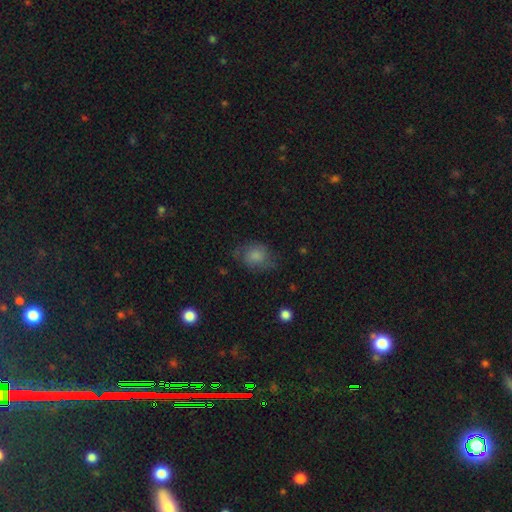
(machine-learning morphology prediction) smooth_or_featured: smooth (p=0.70) [alt: featured or disk p=0.21]
how_rounded: in between (p=0.54) [alt: round p=0.45]
merging: none (p=0.58) [alt: minor disturbance p=0.28]